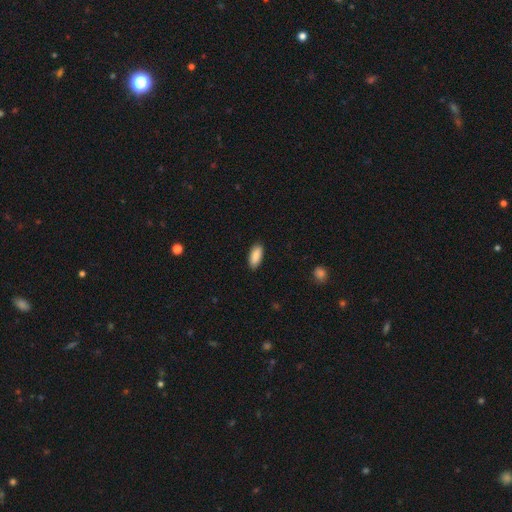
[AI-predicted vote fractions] Q: Smooth or featured?
A: smooth (90%); runner-up: star or artifact (6%)
Q: How rounded?
A: in between (85%); runner-up: cigar-shaped (13%)
Q: Merging?
A: none (88%); runner-up: minor disturbance (9%)